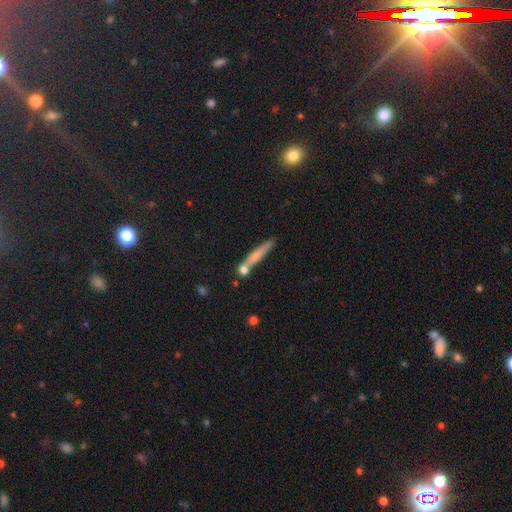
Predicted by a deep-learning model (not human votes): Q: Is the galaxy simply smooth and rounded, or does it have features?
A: smooth — 62%.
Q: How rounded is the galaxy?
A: cigar-shaped — 91%.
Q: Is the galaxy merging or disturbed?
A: none — 69%.